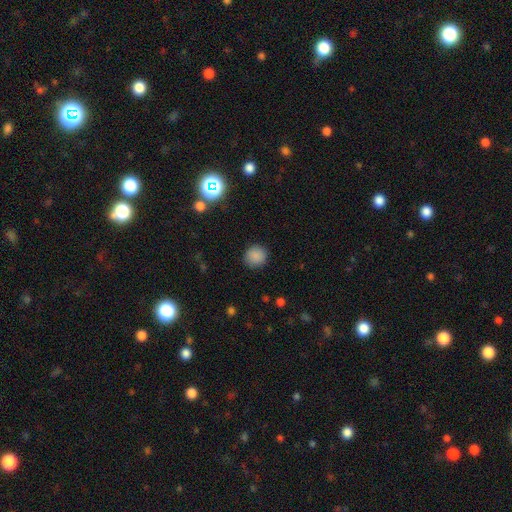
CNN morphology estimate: A smooth galaxy with no disk features (87%) that is round (91%). Merging: none (89%).